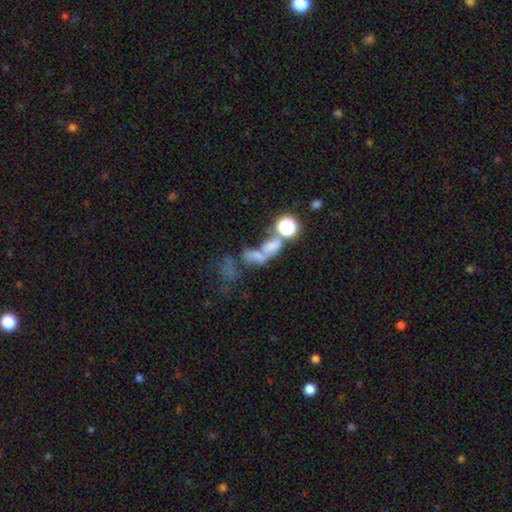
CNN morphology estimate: A smooth galaxy with no disk features (48%). Merging: merger (58%).